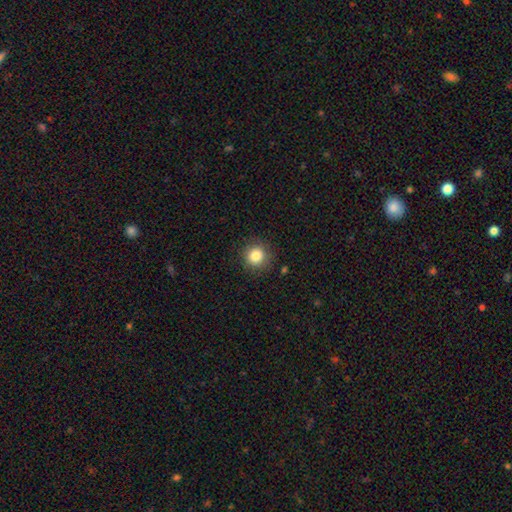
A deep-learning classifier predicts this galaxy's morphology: Smooth or featured? Predicted: smooth (p=0.84). How rounded? Predicted: round (p=0.93). Merging? Predicted: none (p=0.89).